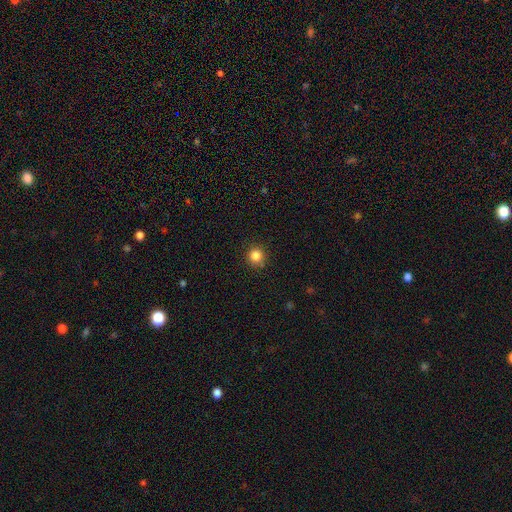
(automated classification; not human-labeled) smooth 84%, star or artifact 11%, featured or disk 4%. Down the decision tree: how rounded — round (93%); merging — none (88%).